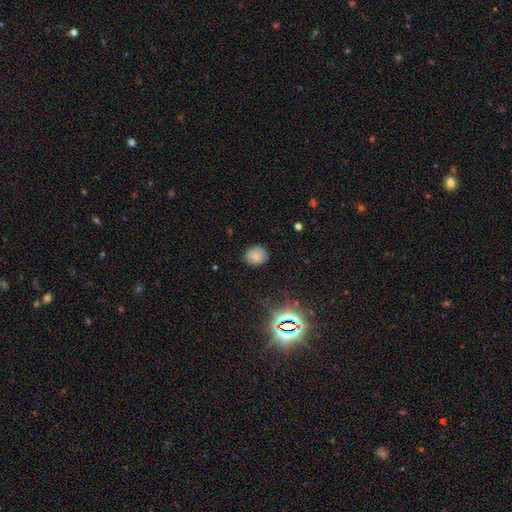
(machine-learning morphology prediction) A smooth galaxy with no disk features (76%) that is round (75%). Merging: none (82%).